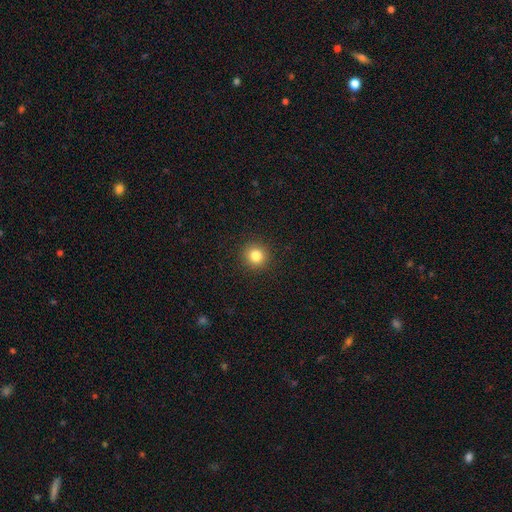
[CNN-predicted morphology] This is clearly a smooth galaxy (83%). How rounded: clearly round (93%). Merging: clearly none (92%).